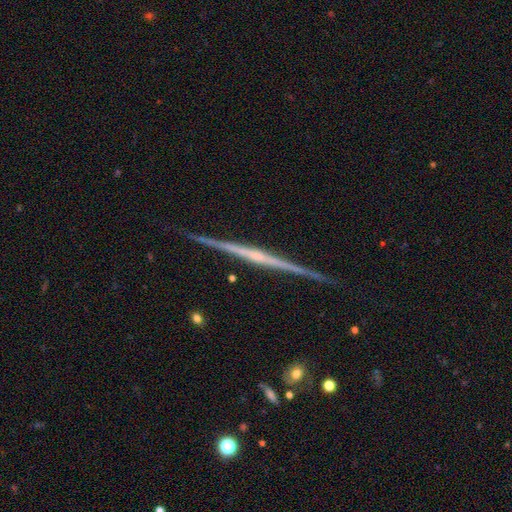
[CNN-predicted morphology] Overall: featured or disk (84%). Edge-on disk: yes (99%). Edge-on bulge: none (51%; rounded 37%). Merging: none (91%).